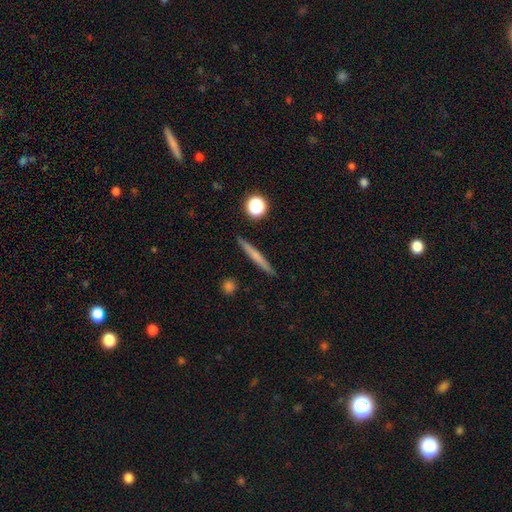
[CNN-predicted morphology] smooth_or_featured: smooth (p=0.58) [alt: featured or disk p=0.35]
how_rounded: cigar-shaped (p=0.95) [alt: in between p=0.03]
merging: none (p=0.91) [alt: minor disturbance p=0.06]